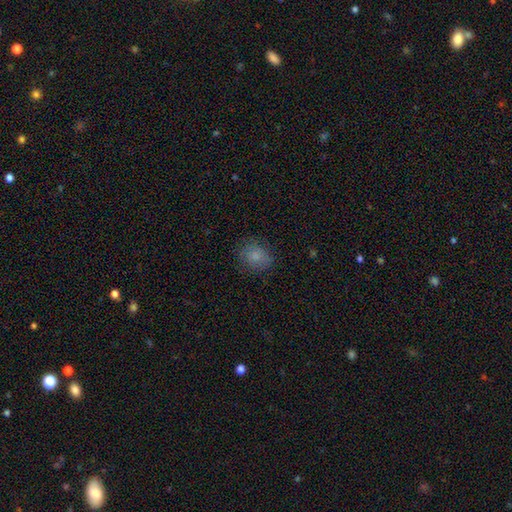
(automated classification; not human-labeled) Smooth or featured: smooth — 80% (star or artifact — 10%)
How rounded: round — 66% (in between — 33%)
Merging: none — 78% (minor disturbance — 16%)